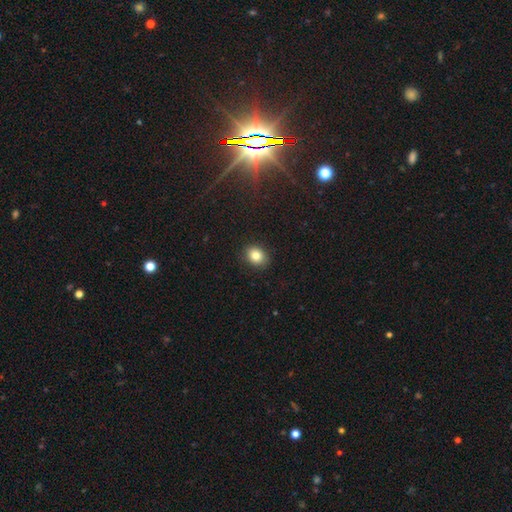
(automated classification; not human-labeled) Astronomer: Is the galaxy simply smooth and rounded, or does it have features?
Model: smooth — 83%.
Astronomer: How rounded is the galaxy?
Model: round — 54% (runner-up: in between, 45%).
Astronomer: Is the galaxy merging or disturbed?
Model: none — 89%.